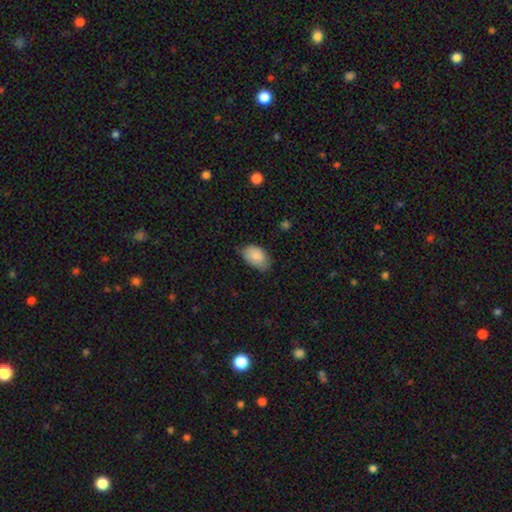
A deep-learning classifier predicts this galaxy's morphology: Smooth or featured? Predicted: smooth (p=0.87). How rounded? Predicted: in between (p=0.91). Merging? Predicted: none (p=0.65).